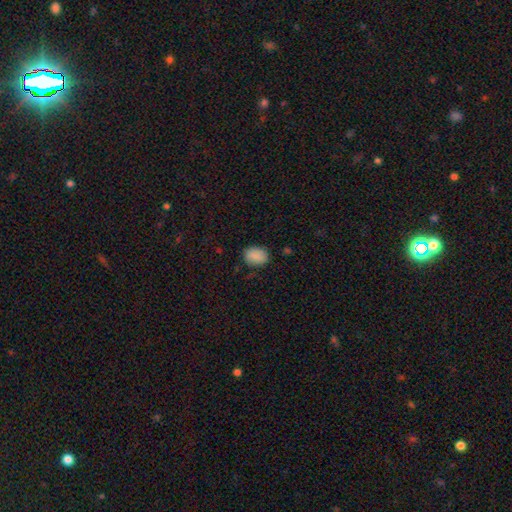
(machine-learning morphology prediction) Smooth or featured? Predicted: smooth (p=0.88). How rounded? Predicted: in between (p=0.70). Merging? Predicted: none (p=0.80).